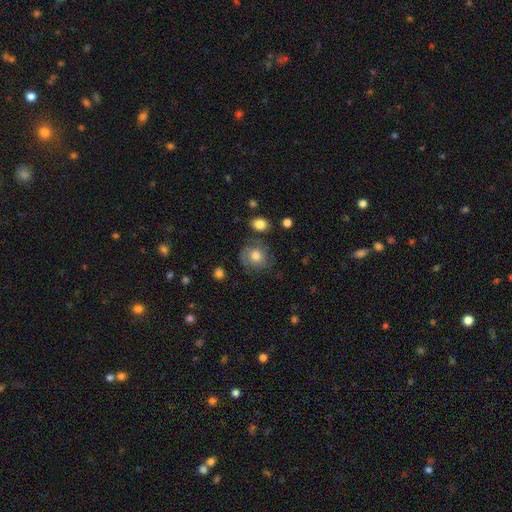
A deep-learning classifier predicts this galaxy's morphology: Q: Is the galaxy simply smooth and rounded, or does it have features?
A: smooth — 50%.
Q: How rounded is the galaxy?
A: round — 79%.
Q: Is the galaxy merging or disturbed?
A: none — 70%.